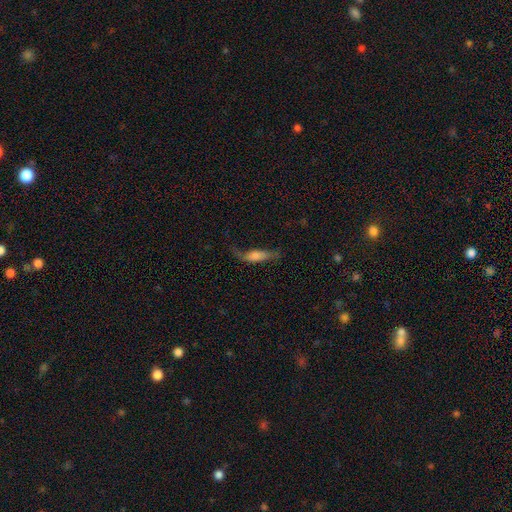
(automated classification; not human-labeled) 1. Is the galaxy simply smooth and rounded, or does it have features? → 52% smooth, 39% featured or disk, 9% star or artifact.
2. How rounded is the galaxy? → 50% cigar-shaped, 46% in between, 4% round.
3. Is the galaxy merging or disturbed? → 46% none, 28% minor disturbance, 24% major disturbance, 3% merger.